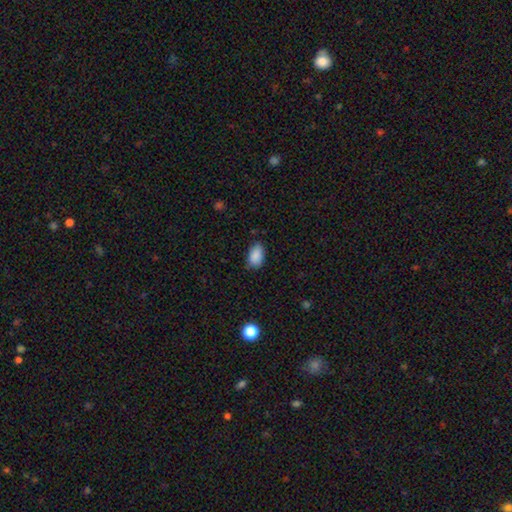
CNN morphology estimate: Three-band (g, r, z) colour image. It shows a smooth galaxy with no disk features (88%) that is in between round and cigar-shaped (92%). Merging: none (77%).